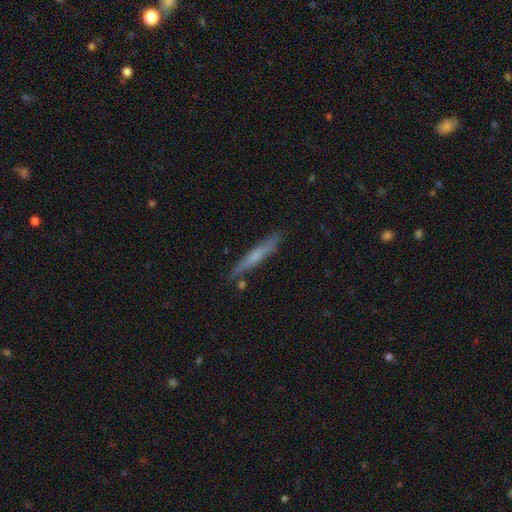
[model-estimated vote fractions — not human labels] Morphology: type=smooth (52%); roundness=cigar-shaped (95%); merging=none (83%).